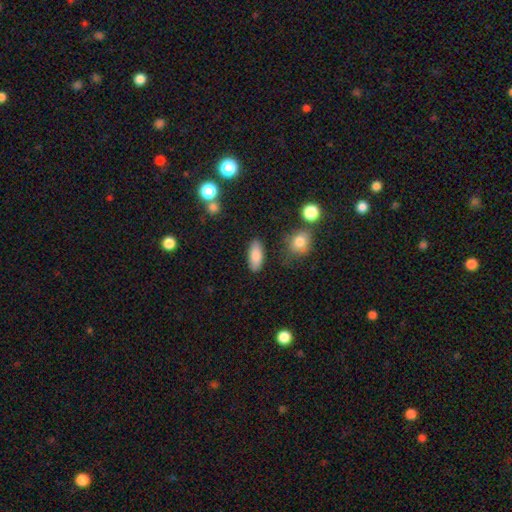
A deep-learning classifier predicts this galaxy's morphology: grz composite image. It shows a smooth galaxy with no disk features (84%) that is in between round and cigar-shaped (82%). Merging: none (83%).